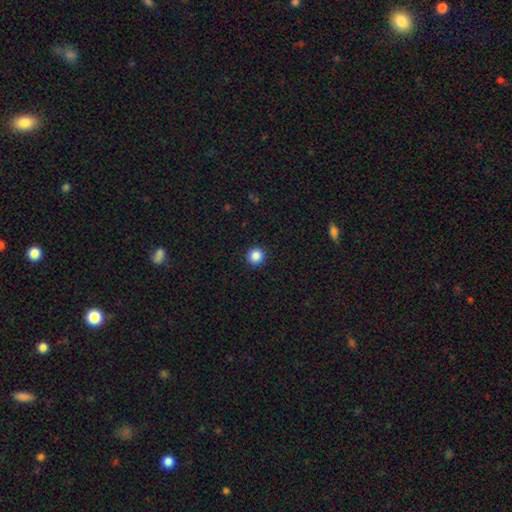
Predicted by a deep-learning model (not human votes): Smooth or featured? smooth (86%)
How rounded? round (95%)
Merging? none (93%)